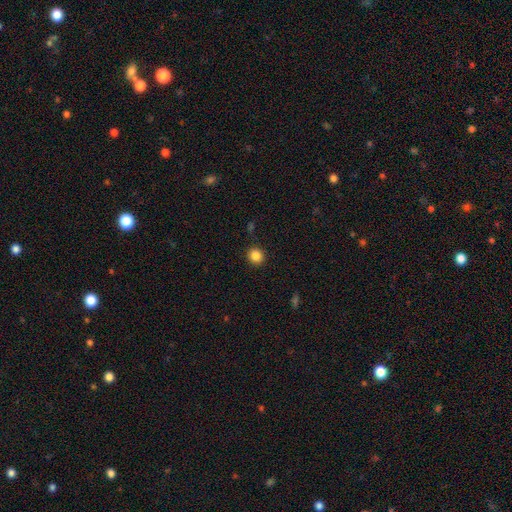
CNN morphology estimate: Overall: smooth (86%). How rounded: round (90%). Merging: none (90%).